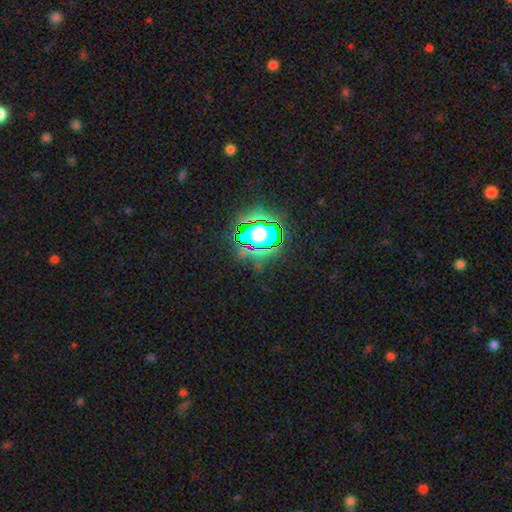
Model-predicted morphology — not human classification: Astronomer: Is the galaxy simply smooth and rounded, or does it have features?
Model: star or artifact — 79%.